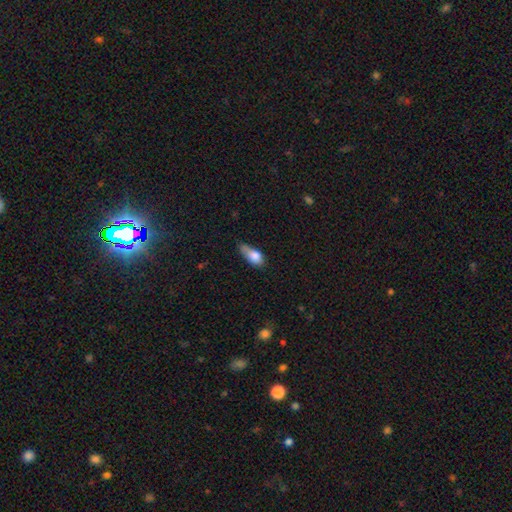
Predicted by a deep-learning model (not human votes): Smooth or featured: smooth — 79% (featured or disk — 13%)
How rounded: in between — 81% (cigar-shaped — 13%)
Merging: minor disturbance — 45% (none — 33%)